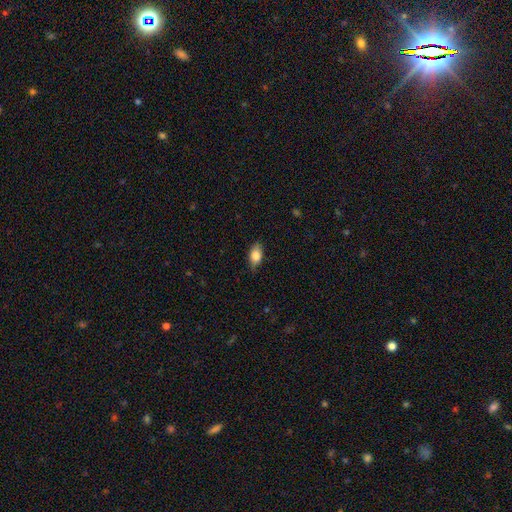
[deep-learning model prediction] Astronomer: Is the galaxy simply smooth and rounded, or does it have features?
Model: smooth — 81%.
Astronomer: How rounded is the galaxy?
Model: in between — 88%.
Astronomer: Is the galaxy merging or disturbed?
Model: none — 76%.